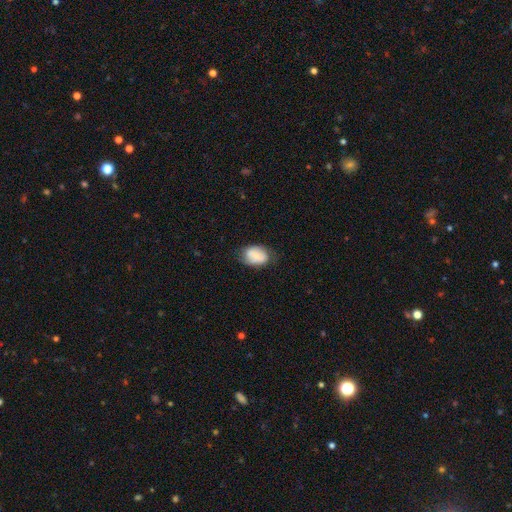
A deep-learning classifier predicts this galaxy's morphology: smooth-or-featured: smooth: 70% | featured or disk: 22% | star or artifact: 8%
  how-rounded: in between: 79% | round: 20% | cigar-shaped: 1%
  merging: none: 63% | minor disturbance: 27% | major disturbance: 7% | merger: 4%